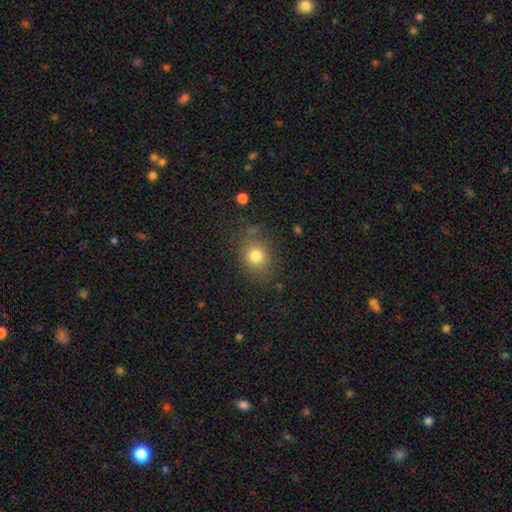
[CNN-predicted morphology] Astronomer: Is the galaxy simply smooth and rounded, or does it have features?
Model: smooth — 78%.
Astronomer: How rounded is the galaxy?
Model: round — 66%.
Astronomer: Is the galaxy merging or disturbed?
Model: none — 79%.